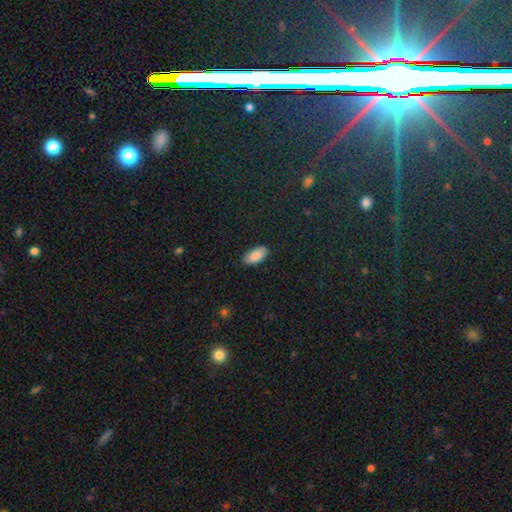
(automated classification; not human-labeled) Q: Smooth or featured?
A: smooth (86%); runner-up: featured or disk (7%)
Q: How rounded?
A: in between (93%); runner-up: cigar-shaped (5%)
Q: Merging?
A: none (86%); runner-up: minor disturbance (11%)